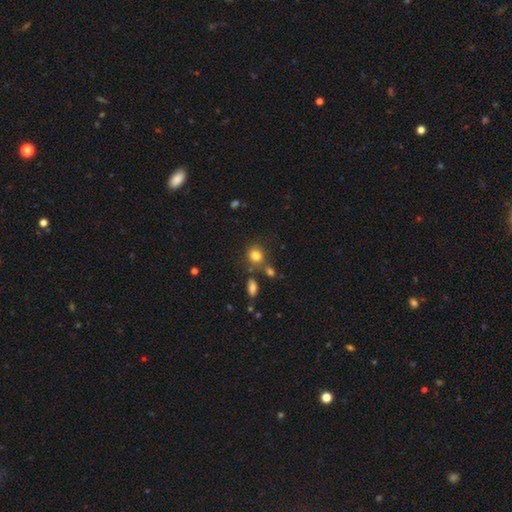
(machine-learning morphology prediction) A smooth galaxy with no disk features (81%) that is round (75%).

Vote fractions:
- Smooth or featured? smooth: 81% / star or artifact: 12% / featured or disk: 7%
- How rounded? round: 75% / in between: 24% / cigar-shaped: 1%
- Merging? none: 69% / minor disturbance: 13% / merger: 13% / major disturbance: 4%